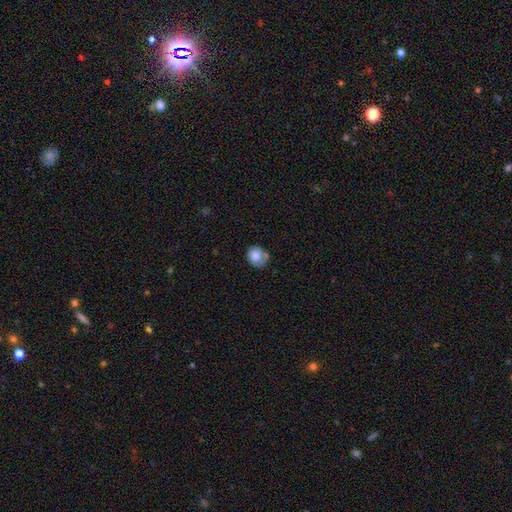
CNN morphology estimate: This is clearly a smooth galaxy (82%). How rounded: likely round (67%). Merging: possibly none (52%).